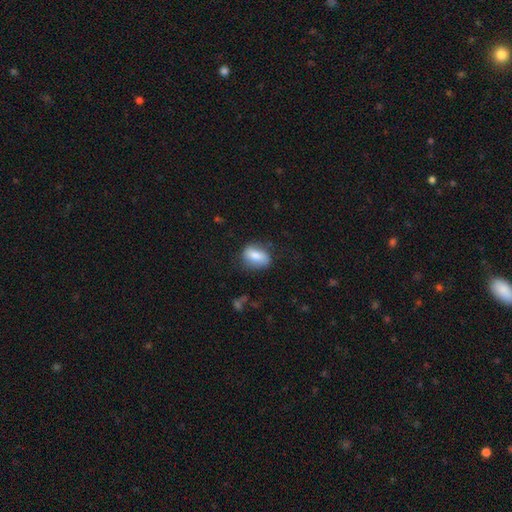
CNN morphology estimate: Smooth or featured?
  - smooth: 79% *
  - featured or disk: 14%
  - star or artifact: 7%
How rounded?
  - in between: 84% *
  - round: 13%
  - cigar-shaped: 4%
Merging?
  - none: 69% *
  - minor disturbance: 22%
  - major disturbance: 8%
  - merger: 2%